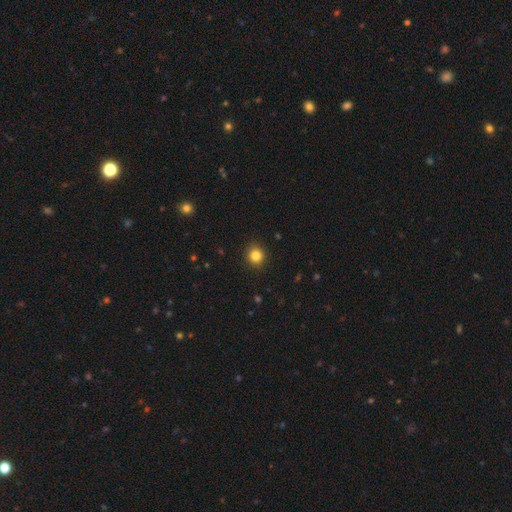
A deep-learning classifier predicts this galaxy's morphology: A smooth galaxy with no disk features (84%) that is round (89%).

Vote fractions:
- Smooth or featured? smooth: 84% / star or artifact: 12% / featured or disk: 5%
- How rounded? round: 89% / in between: 10% / cigar-shaped: 1%
- Merging? none: 91% / minor disturbance: 6% / major disturbance: 2% / merger: 1%